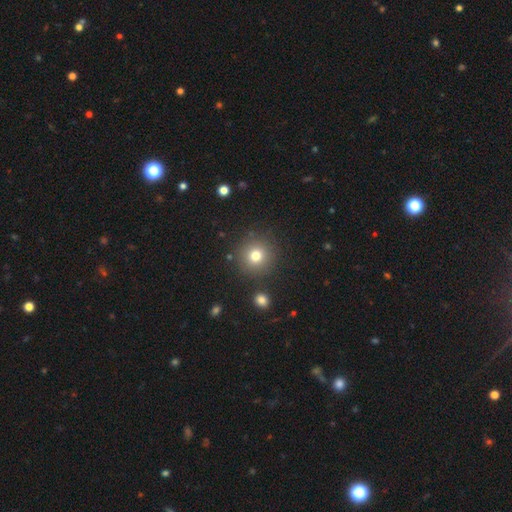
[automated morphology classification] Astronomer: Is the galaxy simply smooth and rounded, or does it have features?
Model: smooth — 77%.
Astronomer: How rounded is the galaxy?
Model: round — 94%.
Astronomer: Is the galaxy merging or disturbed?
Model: none — 87%.